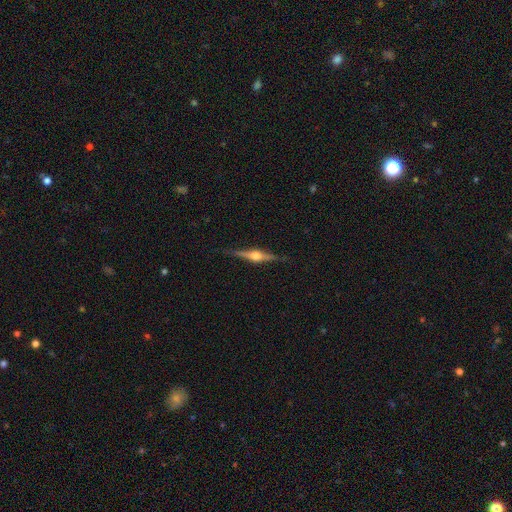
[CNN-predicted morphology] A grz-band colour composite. It shows a featured or disk galaxy (83%) viewed edge-on (98%) with a rounded central bulge (95%). Merging: none (89%).